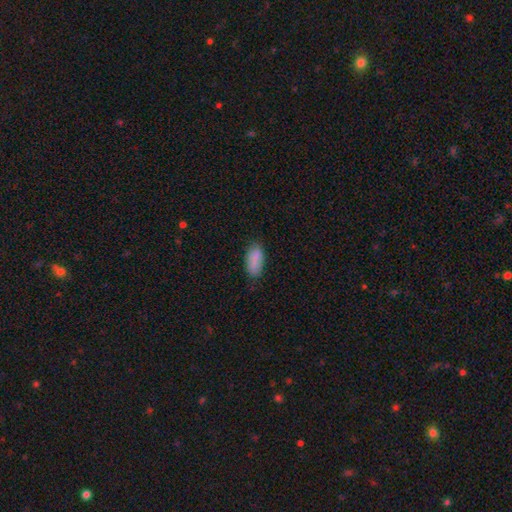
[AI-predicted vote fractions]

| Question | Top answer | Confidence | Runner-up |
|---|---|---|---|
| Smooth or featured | smooth | 87% | star or artifact (7%) |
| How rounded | in between | 85% | cigar-shaped (13%) |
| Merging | none | 79% | minor disturbance (16%) |